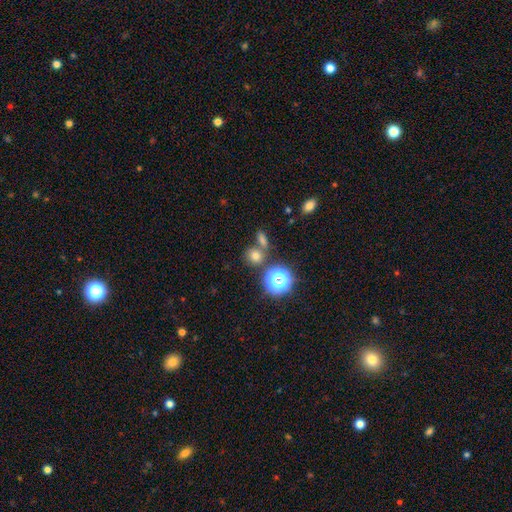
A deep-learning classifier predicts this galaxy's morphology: smooth 71%, star or artifact 22%, featured or disk 8%. Down the decision tree: how rounded — round (78%); merging — none (64%).